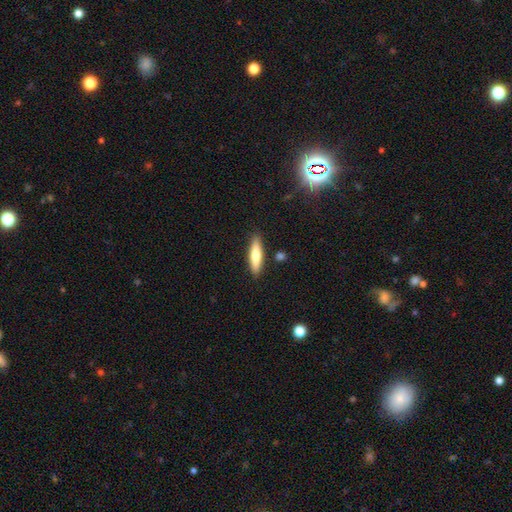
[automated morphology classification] smooth-or-featured: smooth: 68% | featured or disk: 26% | star or artifact: 6%
  how-rounded: cigar-shaped: 71% | in between: 27% | round: 2%
  merging: none: 86% | minor disturbance: 9% | merger: 3% | major disturbance: 2%